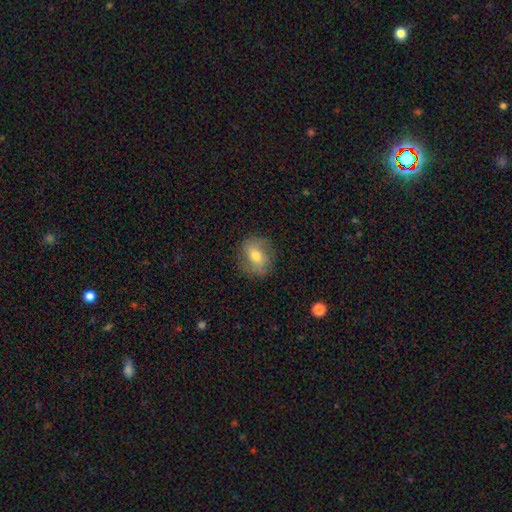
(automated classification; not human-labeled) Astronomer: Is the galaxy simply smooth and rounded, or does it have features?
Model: smooth — 50% (runner-up: featured or disk, 41%).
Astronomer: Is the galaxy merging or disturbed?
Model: none — 80%.